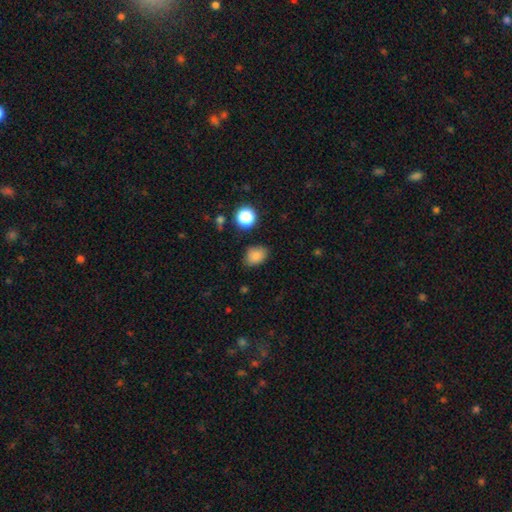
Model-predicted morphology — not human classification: smooth 84%, star or artifact 11%, featured or disk 5%. Down the decision tree: how rounded — in between (63%); merging — none (79%).